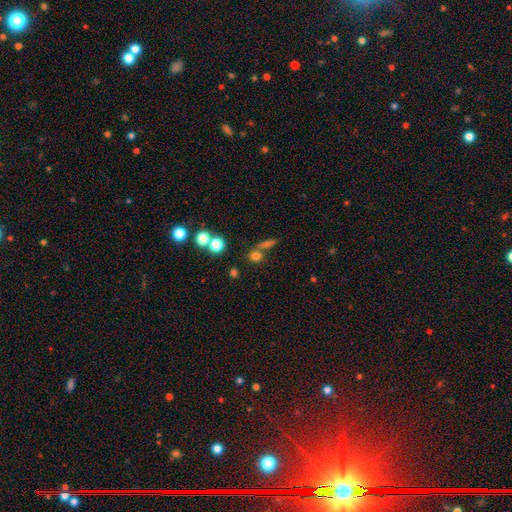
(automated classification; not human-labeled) The model was most divided on "merging": none: 57%, merger: 28%, minor disturbance: 9%, major disturbance: 6%. More confident: how rounded — round (77%); smooth or featured — smooth (70%).